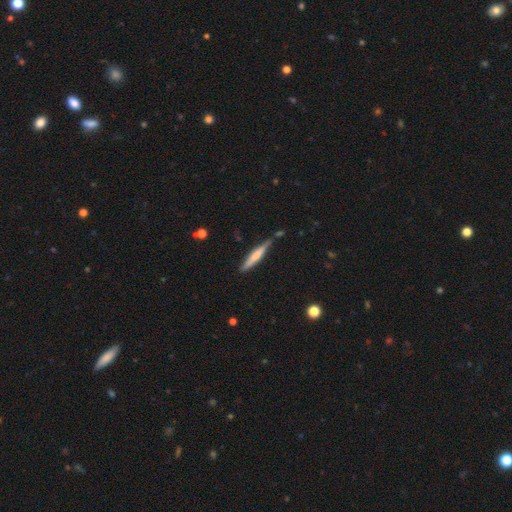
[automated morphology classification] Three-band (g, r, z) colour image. It shows a smooth galaxy with no disk features (57%) that is cigar-shaped (93%). Merging: none (78%).